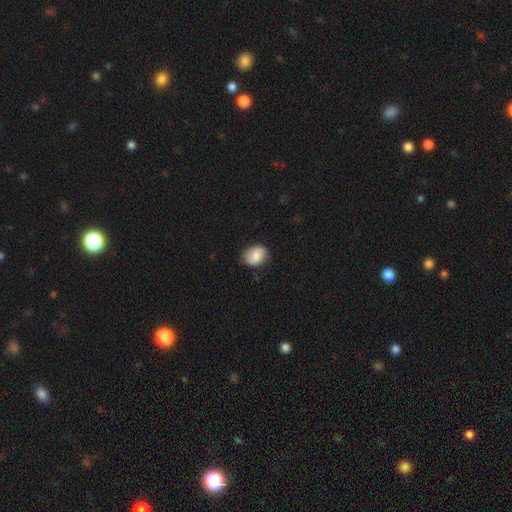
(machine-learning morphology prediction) smooth 73%, featured or disk 20%, star or artifact 8%. Down the decision tree: how rounded — in between (55%); merging — none (80%).